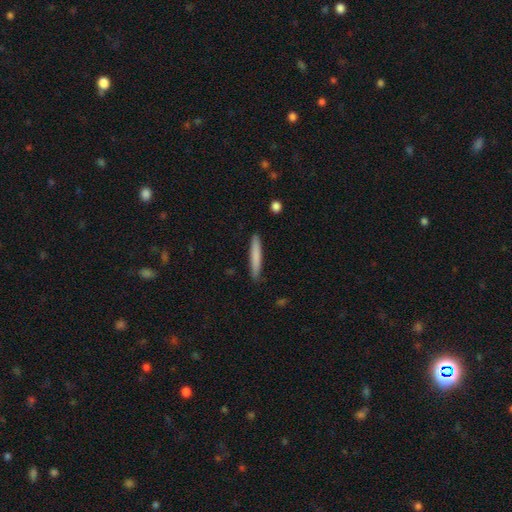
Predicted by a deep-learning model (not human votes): Smooth or featured?
  - smooth: 77% *
  - featured or disk: 18%
  - star or artifact: 5%
How rounded?
  - cigar-shaped: 95% *
  - in between: 3%
  - round: 1%
Merging?
  - none: 89% *
  - minor disturbance: 8%
  - major disturbance: 1%
  - merger: 1%